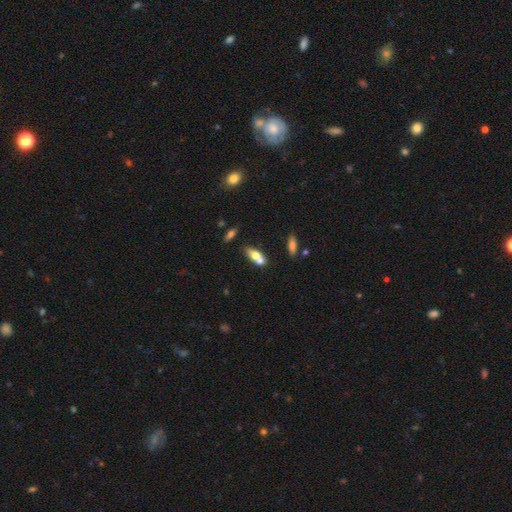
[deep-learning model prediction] smooth 66%, featured or disk 26%, star or artifact 8%. Down the decision tree: how rounded — in between (72%); merging — merger (46%).